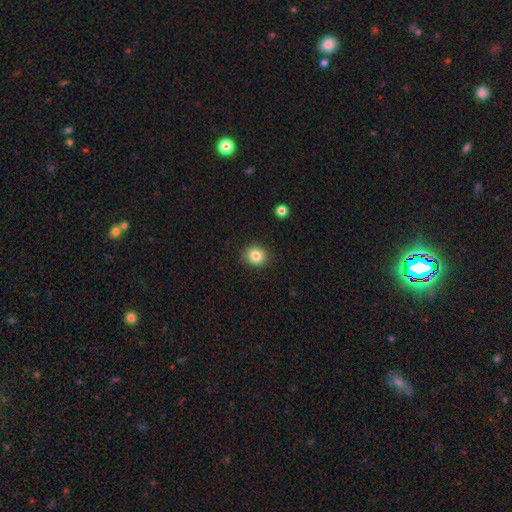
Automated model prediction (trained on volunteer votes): A smooth galaxy with no disk features (83%) that is round (81%). Merging: none (90%).